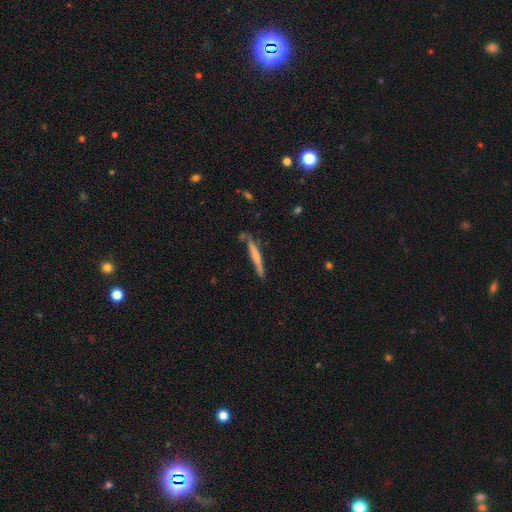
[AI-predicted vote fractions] smooth-or-featured: smooth: 52% | featured or disk: 43% | star or artifact: 6%
  how-rounded: cigar-shaped: 95% | in between: 4% | round: 1%
  merging: none: 72% | minor disturbance: 18% | merger: 6% | major disturbance: 4%